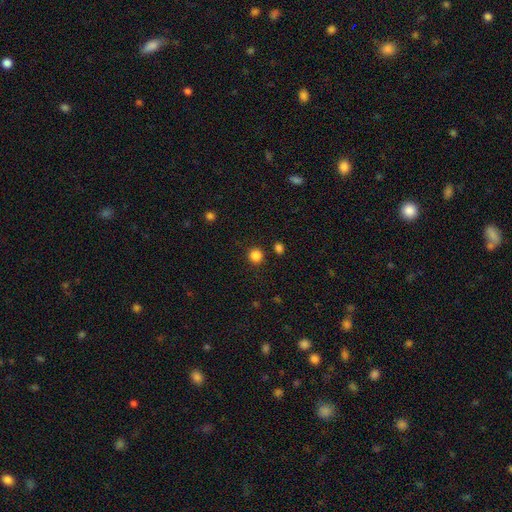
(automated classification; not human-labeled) Morphology: type=smooth (85%); roundness=round (92%); merging=none (89%).